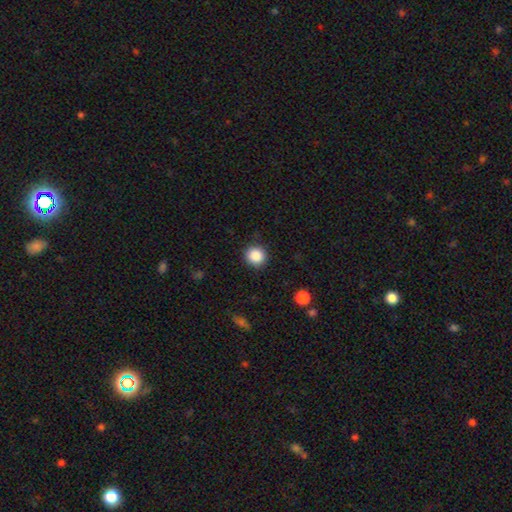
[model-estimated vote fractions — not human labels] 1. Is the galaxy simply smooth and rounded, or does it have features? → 87% smooth, 10% star or artifact, 3% featured or disk.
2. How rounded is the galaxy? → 92% round, 7% in between, 1% cigar-shaped.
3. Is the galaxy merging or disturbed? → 90% none, 7% minor disturbance, 2% major disturbance, 1% merger.